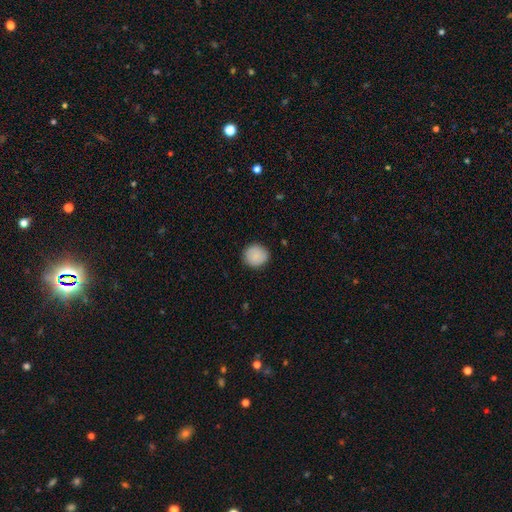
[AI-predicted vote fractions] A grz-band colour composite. It shows a smooth galaxy with no disk features (88%) that is round (87%). Merging: none (89%).